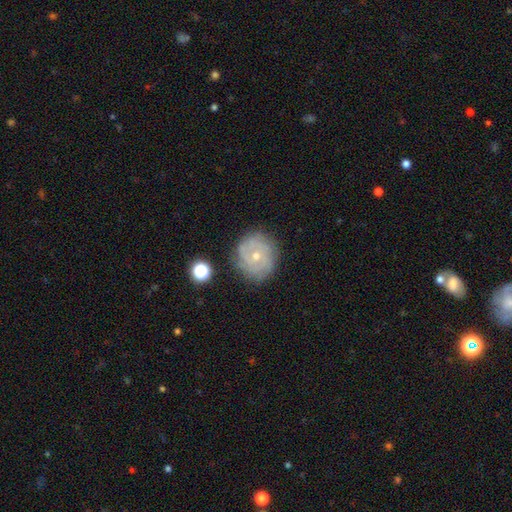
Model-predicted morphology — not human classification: The model was most divided on "spiral arm count": can't tell: 33%, 3: 27%, 2: 18%, 4: 10%, more than 4: 6%, 1: 6%. More confident: edge-on disk — no (98%); spiral arms — yes (91%); merging — none (80%); bar — no (79%); smooth or featured — featured or disk (75%); spiral winding — tight (70%); bulge size — small (54%).